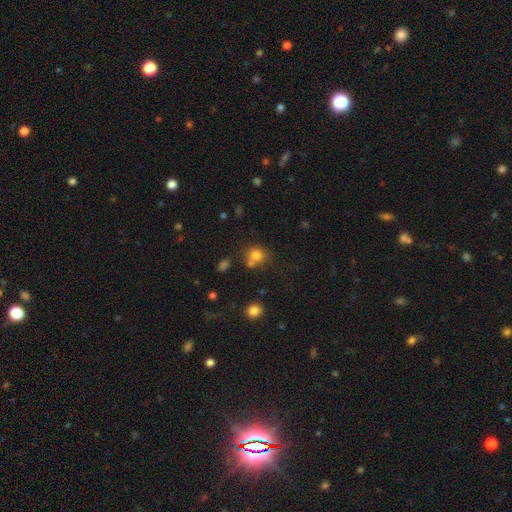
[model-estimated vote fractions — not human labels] This is likely a smooth galaxy (78%). How rounded: clearly round (81%). Merging: possibly none (58%).